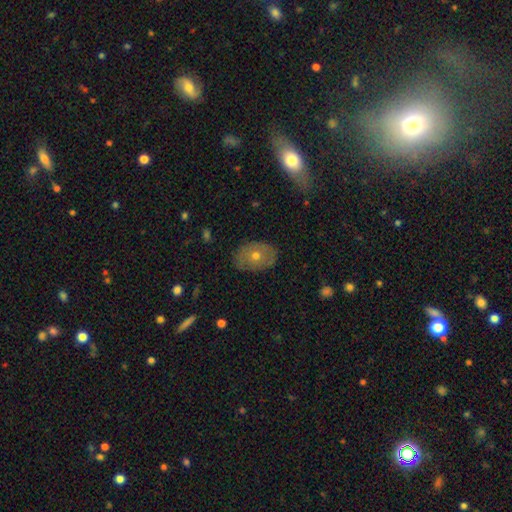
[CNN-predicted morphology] type=smooth (54%); roundness=in between (76%); merging=none (78%).